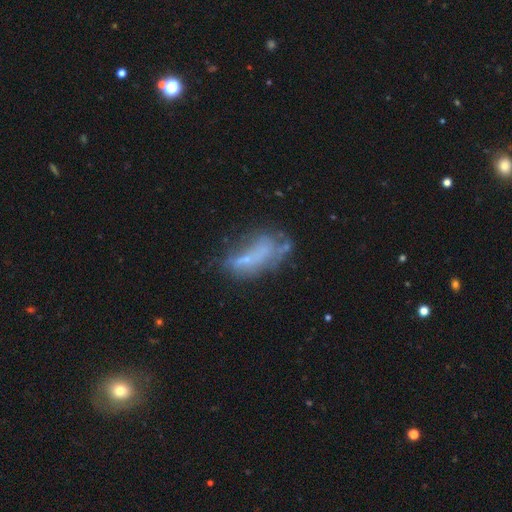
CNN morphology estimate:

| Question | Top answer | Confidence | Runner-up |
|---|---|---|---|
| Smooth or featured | featured or disk | 49% | smooth (36%) |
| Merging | none | 34% | major disturbance (29%) |